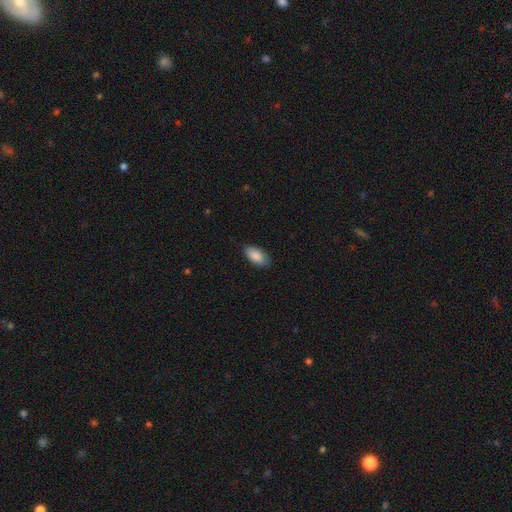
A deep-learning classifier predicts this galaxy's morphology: Smooth or featured? smooth (88%)
How rounded? in between (94%)
Merging? none (84%)